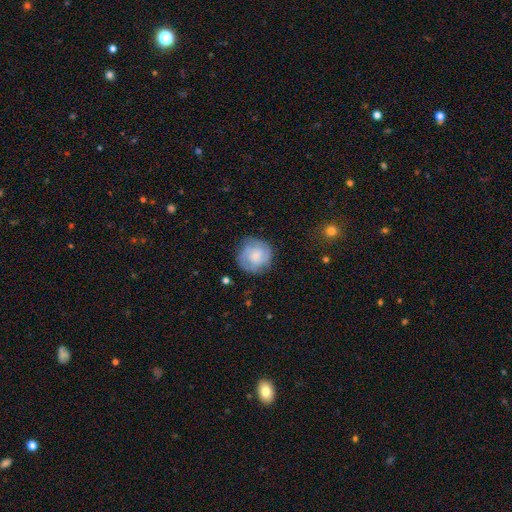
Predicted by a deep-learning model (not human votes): Q: Smooth or featured?
A: smooth (47%); runner-up: featured or disk (45%)
Q: Merging?
A: none (77%); runner-up: minor disturbance (16%)